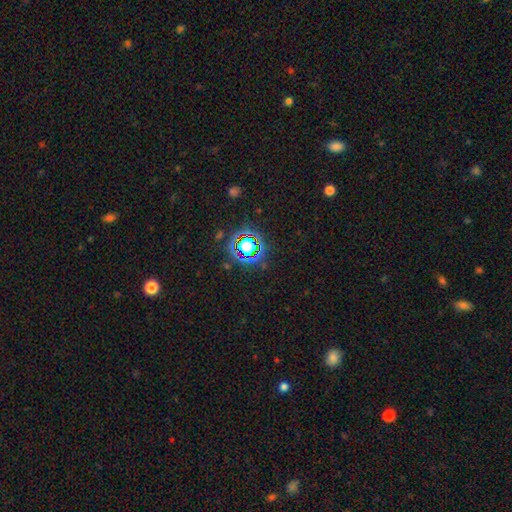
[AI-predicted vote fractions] Smooth or featured? star or artifact (79%)